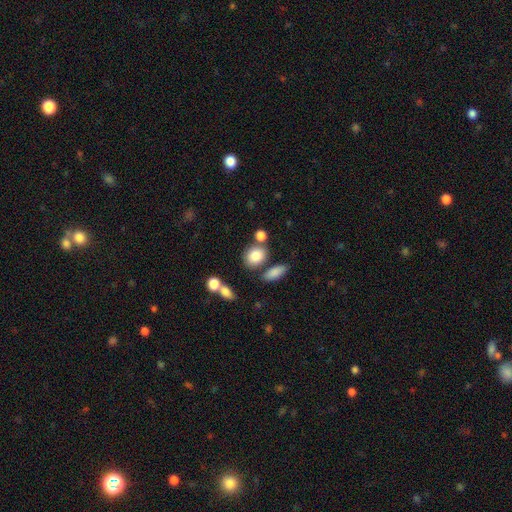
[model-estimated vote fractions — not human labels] smooth-or-featured: smooth: 82% | star or artifact: 10% | featured or disk: 8%
  how-rounded: round: 51% | in between: 47% | cigar-shaped: 2%
  merging: none: 63% | merger: 19% | minor disturbance: 13% | major disturbance: 5%